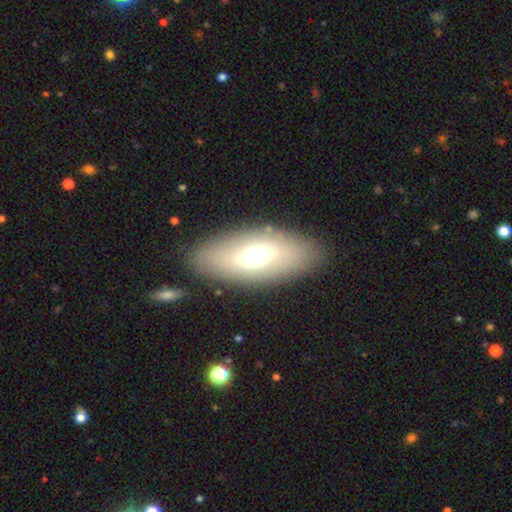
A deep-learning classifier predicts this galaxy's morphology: Q: Smooth or featured?
A: smooth (54%); runner-up: featured or disk (36%)
Q: How rounded?
A: in between (83%); runner-up: cigar-shaped (10%)
Q: Merging?
A: none (84%); runner-up: minor disturbance (9%)